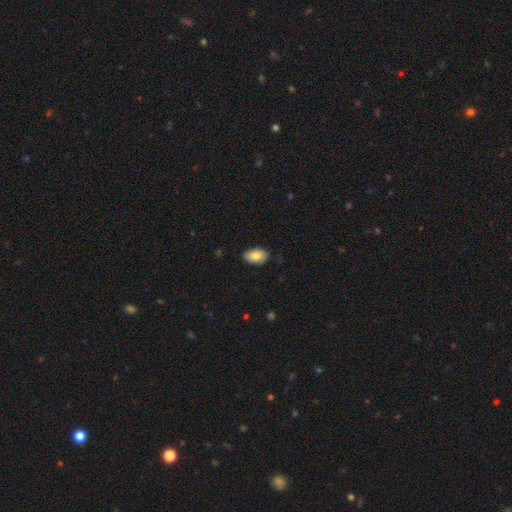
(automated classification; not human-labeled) Smooth or featured?
  - smooth: 81% *
  - featured or disk: 12%
  - star or artifact: 7%
How rounded?
  - in between: 90% *
  - round: 9%
  - cigar-shaped: 1%
Merging?
  - none: 82% *
  - minor disturbance: 14%
  - major disturbance: 2%
  - merger: 1%